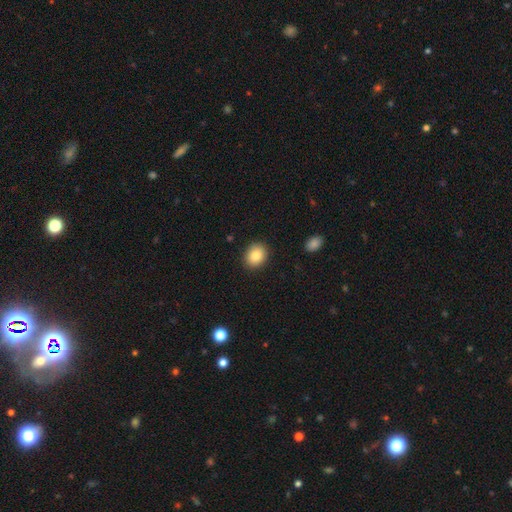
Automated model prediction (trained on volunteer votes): smooth-or-featured: smooth: 83% | star or artifact: 9% | featured or disk: 8%
  how-rounded: round: 60% | in between: 39% | cigar-shaped: 1%
  merging: none: 90% | minor disturbance: 7% | major disturbance: 2% | merger: 1%